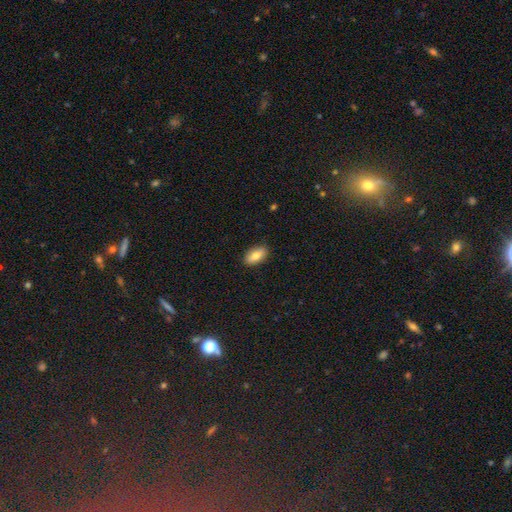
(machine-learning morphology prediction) Smooth or featured: smooth — 81% (featured or disk — 13%)
How rounded: in between — 91% (cigar-shaped — 5%)
Merging: none — 89% (minor disturbance — 8%)